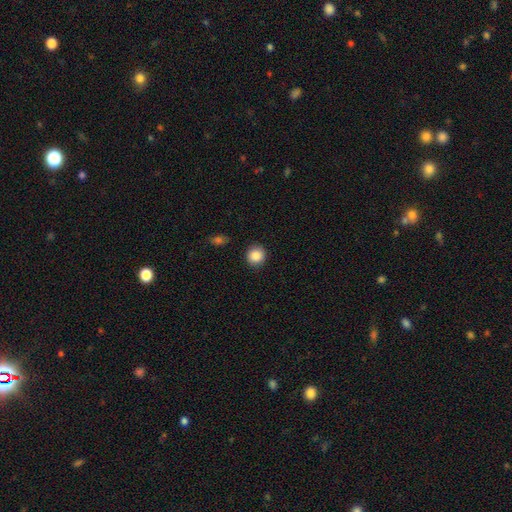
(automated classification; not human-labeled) The model was most divided on "smooth or featured": smooth: 88%, star or artifact: 9%, featured or disk: 4%. More confident: how rounded — round (92%); merging — none (89%).